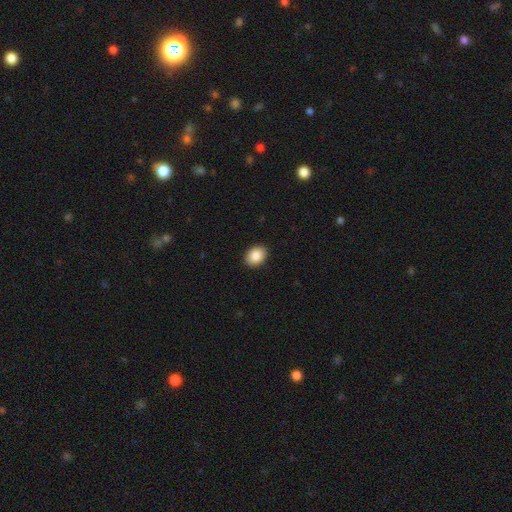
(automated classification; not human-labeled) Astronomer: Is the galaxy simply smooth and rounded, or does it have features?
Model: smooth — 88%.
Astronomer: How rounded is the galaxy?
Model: in between — 66%.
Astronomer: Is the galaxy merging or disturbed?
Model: none — 91%.